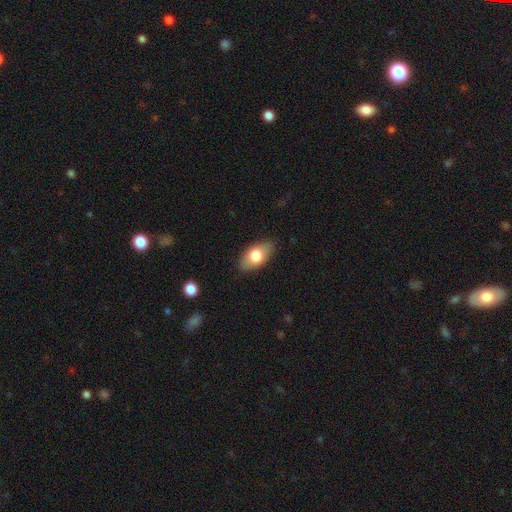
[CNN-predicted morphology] Q: Smooth or featured?
A: smooth (74%); runner-up: featured or disk (19%)
Q: How rounded?
A: in between (90%); runner-up: round (6%)
Q: Merging?
A: none (82%); runner-up: minor disturbance (14%)